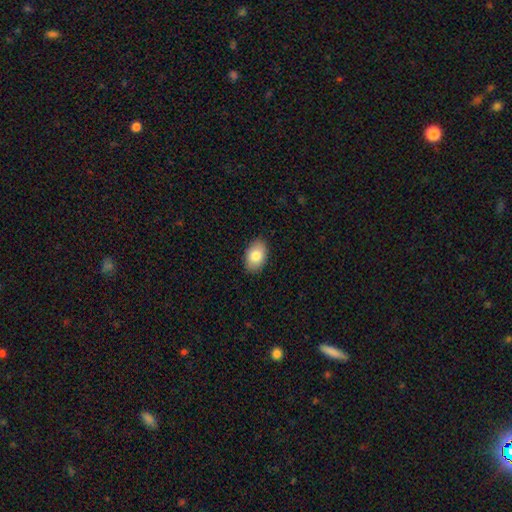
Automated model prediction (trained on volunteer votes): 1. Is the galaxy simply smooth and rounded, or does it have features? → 82% smooth, 11% featured or disk, 7% star or artifact.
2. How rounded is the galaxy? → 89% in between, 10% round, 1% cigar-shaped.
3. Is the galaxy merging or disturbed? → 89% none, 9% minor disturbance, 2% major disturbance, 1% merger.